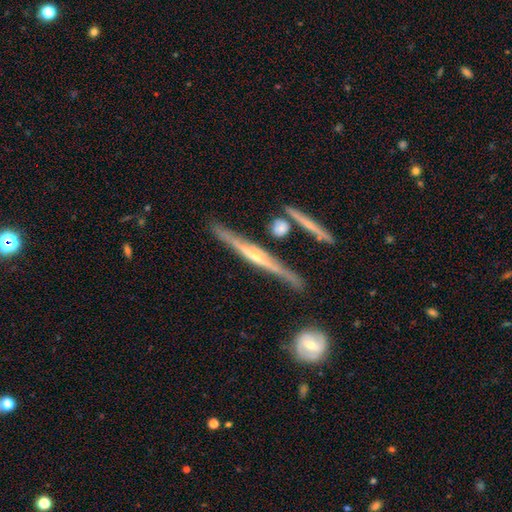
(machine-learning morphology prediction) A featured or disk galaxy (81%) viewed edge-on (96%) with a rounded central bulge (73%). Merging: none (83%).